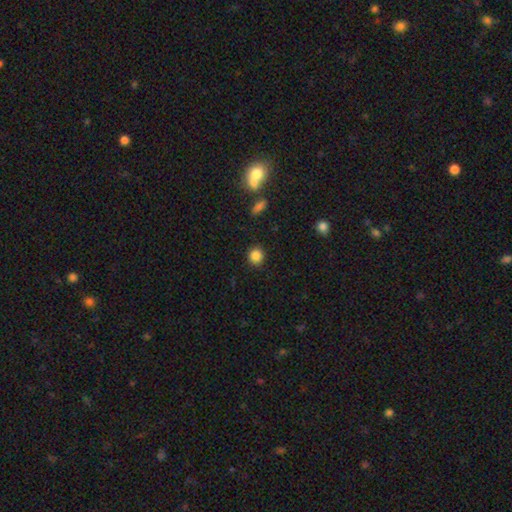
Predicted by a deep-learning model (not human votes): The model was most divided on "smooth or featured": smooth: 85%, star or artifact: 11%, featured or disk: 4%. More confident: merging — none (90%); how rounded — round (90%).